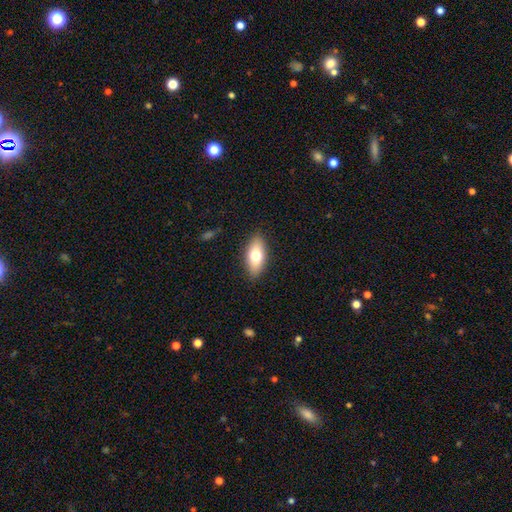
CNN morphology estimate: Smooth or featured? Predicted: smooth (p=0.71). How rounded? Predicted: in between (p=0.86). Merging? Predicted: none (p=0.87).